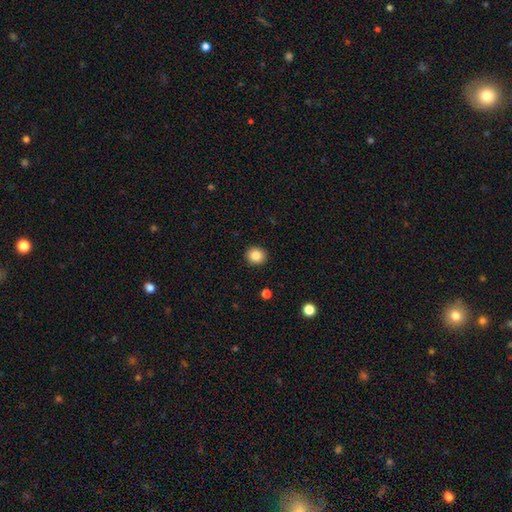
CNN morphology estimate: smooth-or-featured: smooth: 83% | star or artifact: 10% | featured or disk: 7%
  how-rounded: round: 86% | in between: 13% | cigar-shaped: 1%
  merging: none: 92% | minor disturbance: 5% | major disturbance: 2% | merger: 1%